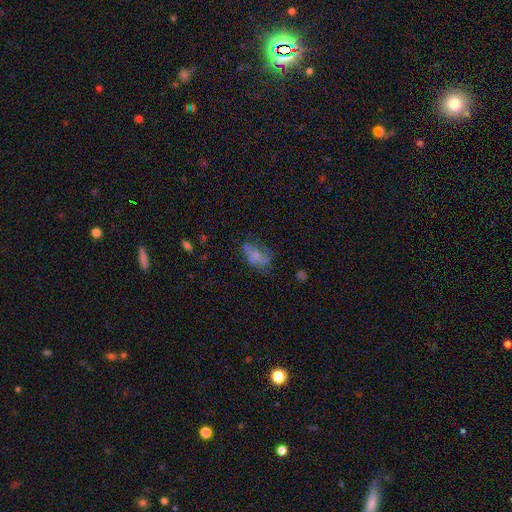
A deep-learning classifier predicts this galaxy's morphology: smooth 54%, featured or disk 35%, star or artifact 11%. Down the decision tree: how rounded — in between (88%); merging — none (45%).